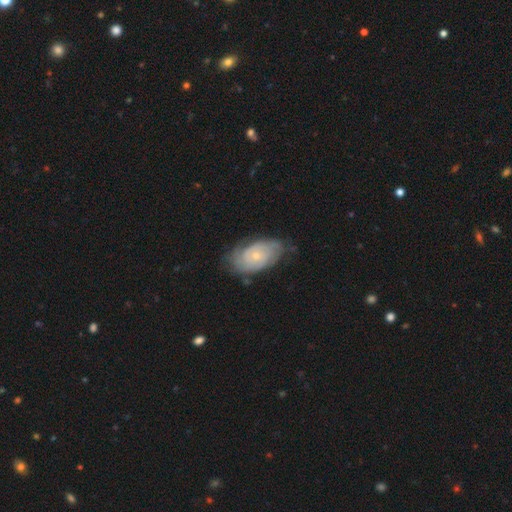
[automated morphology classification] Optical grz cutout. It shows a featured or disk galaxy (76%) with no bar (77%), tight (67%) spiral arms (91%) and a small central bulge (70%). Merging: none (66%).